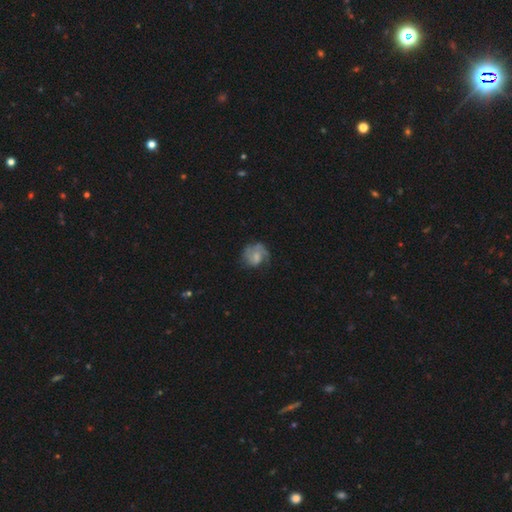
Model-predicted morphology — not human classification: This appears to be a featured or disk galaxy (58%) with no bar (60%), spiral arms (83%) and a small central bulge (34%). Merging: none (54%).